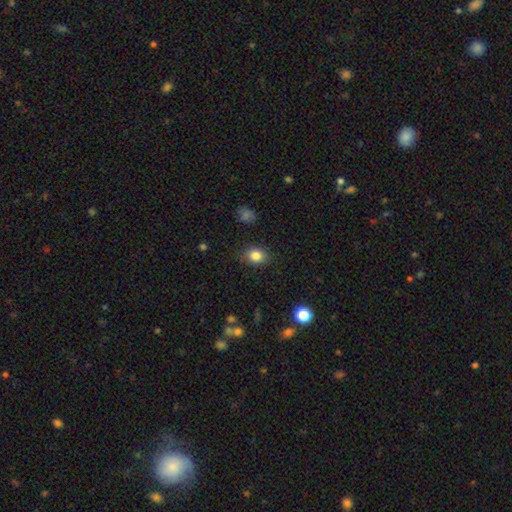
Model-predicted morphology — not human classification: smooth-or-featured: smooth: 84% | star or artifact: 10% | featured or disk: 6%
  how-rounded: in between: 57% | round: 42% | cigar-shaped: 1%
  merging: none: 84% | minor disturbance: 12% | major disturbance: 3% | merger: 1%